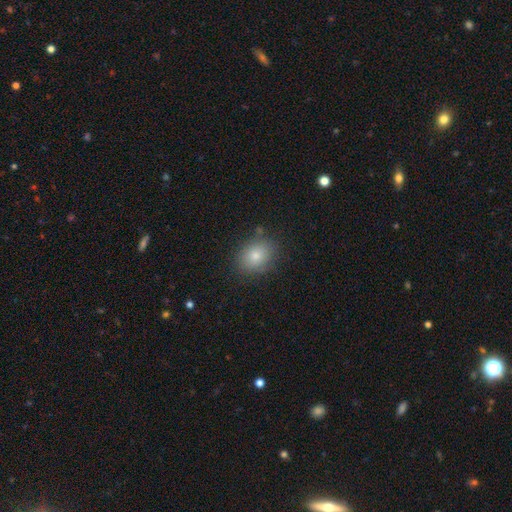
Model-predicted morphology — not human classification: This is clearly a smooth galaxy (81%). How rounded: possibly in between (54%). Merging: clearly none (83%).